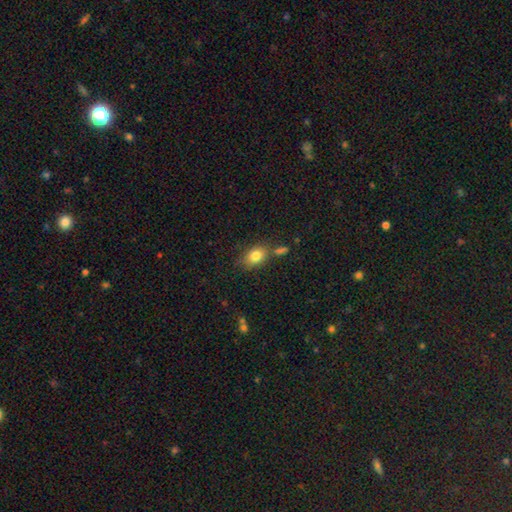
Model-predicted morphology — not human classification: smooth_or_featured: smooth (p=0.81) [alt: featured or disk p=0.09]
how_rounded: in between (p=0.78) [alt: round p=0.20]
merging: none (p=0.68) [alt: minor disturbance p=0.16]